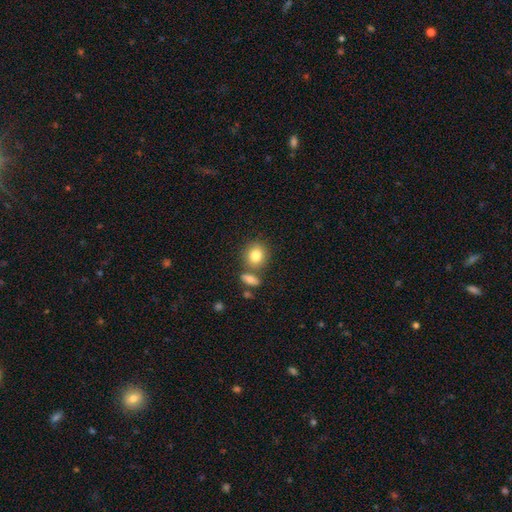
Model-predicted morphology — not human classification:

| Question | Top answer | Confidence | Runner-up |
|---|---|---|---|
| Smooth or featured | smooth | 82% | featured or disk (10%) |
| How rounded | round | 76% | in between (23%) |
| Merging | none | 66% | merger (21%) |